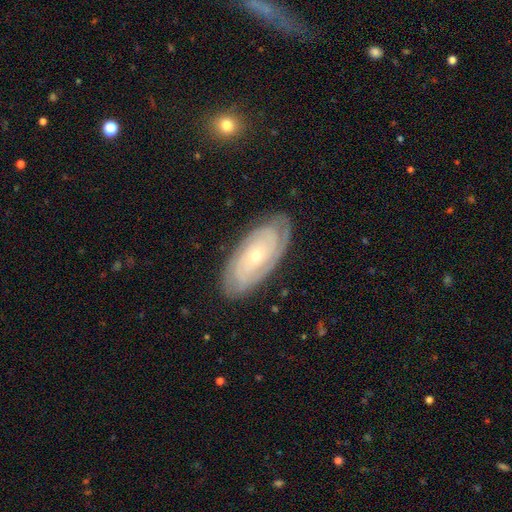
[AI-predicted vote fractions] Smooth or featured? featured or disk (83%)
Edge-on disk? no (93%)
Bar? no (77%)
Spiral arms? yes (95%)
Spiral winding? tight (80%)
Spiral arm count? can't tell (33%)
Bulge size? small (73%)
Merging? none (82%)